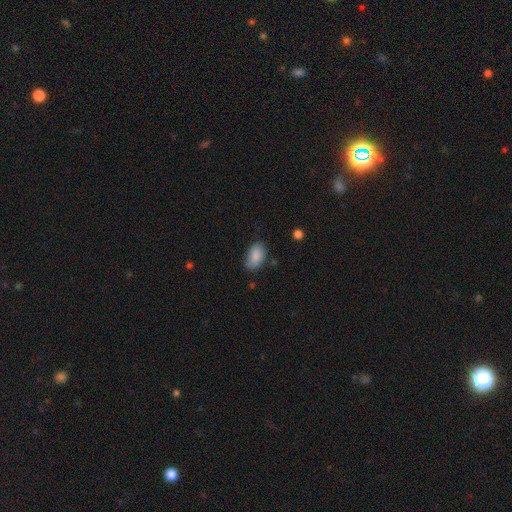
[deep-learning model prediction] Overall: smooth (86%). How rounded: in between (92%). Merging: none (69%).